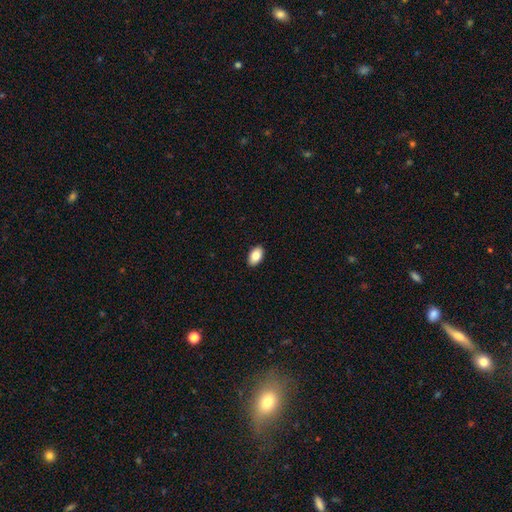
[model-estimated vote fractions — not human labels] A smooth galaxy with no disk features (84%) that is in between round and cigar-shaped (93%). Merging: none (91%).